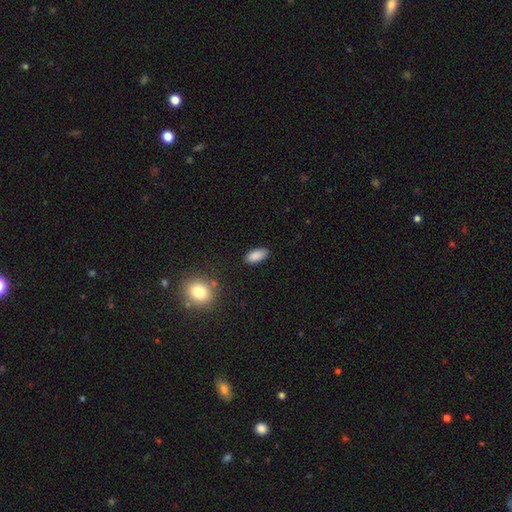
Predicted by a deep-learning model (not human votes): This appears to be a smooth galaxy with no disk features (87%) that is in between round and cigar-shaped (90%). Merging: none (84%).